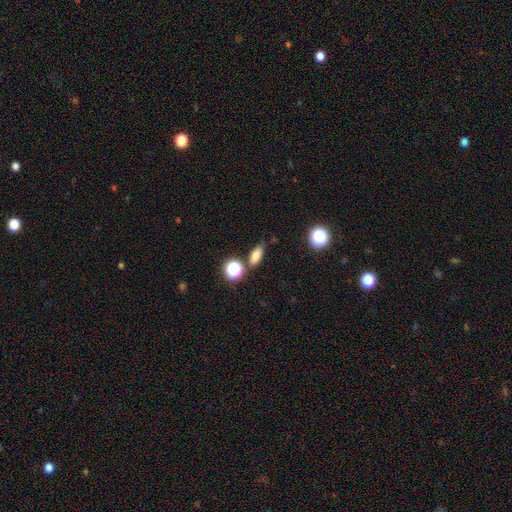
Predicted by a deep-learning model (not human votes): Smooth or featured?
  - smooth: 78% *
  - star or artifact: 14%
  - featured or disk: 8%
How rounded?
  - in between: 71% *
  - cigar-shaped: 15%
  - round: 14%
Merging?
  - none: 71% *
  - minor disturbance: 17%
  - merger: 8%
  - major disturbance: 4%